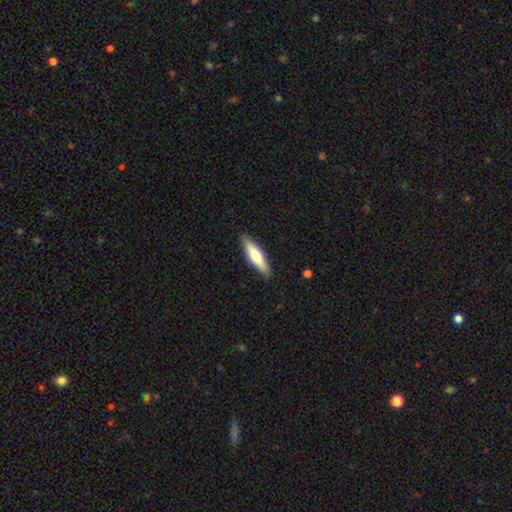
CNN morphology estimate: Smooth or featured? smooth (57%)
How rounded? cigar-shaped (72%)
Merging? none (89%)